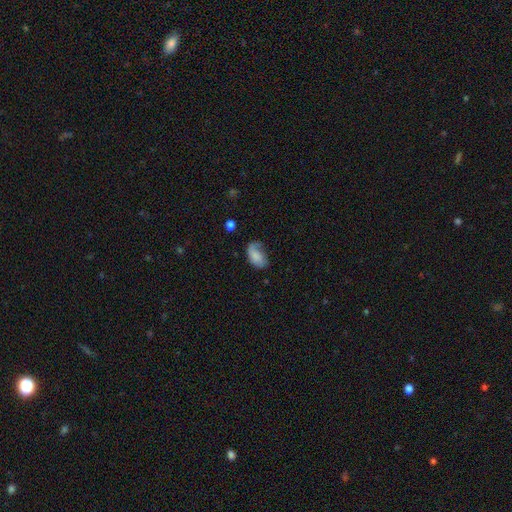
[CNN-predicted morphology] smooth-or-featured: smooth: 68% | featured or disk: 24% | star or artifact: 8%
  how-rounded: in between: 92% | round: 6% | cigar-shaped: 2%
  merging: none: 41% | minor disturbance: 31% | major disturbance: 24% | merger: 3%